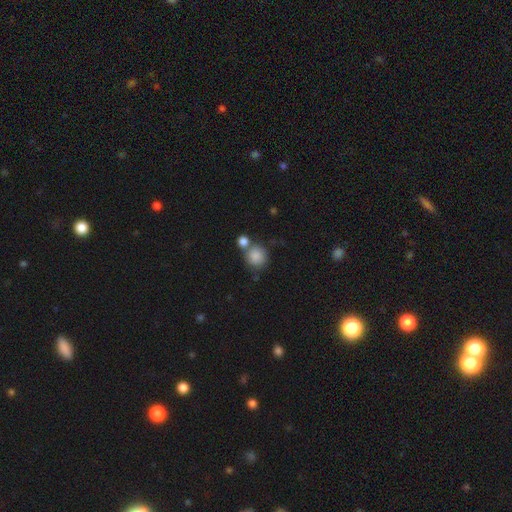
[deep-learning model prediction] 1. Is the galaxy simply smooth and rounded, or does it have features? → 86% smooth, 8% star or artifact, 6% featured or disk.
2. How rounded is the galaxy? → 89% round, 10% in between, 1% cigar-shaped.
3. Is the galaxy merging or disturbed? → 53% none, 32% merger, 10% minor disturbance, 4% major disturbance.